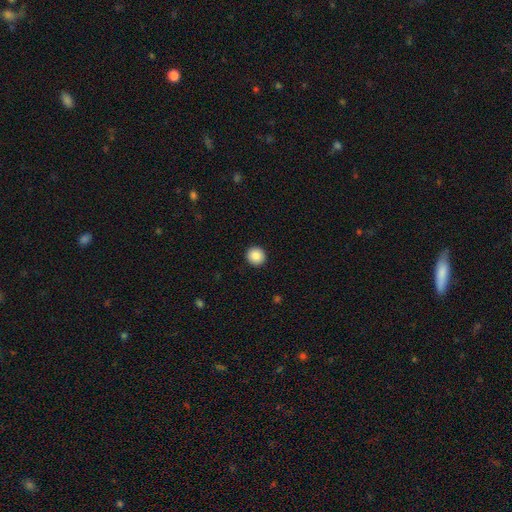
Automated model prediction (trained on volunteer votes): This is clearly a smooth galaxy (88%). How rounded: clearly round (94%). Merging: clearly none (93%).